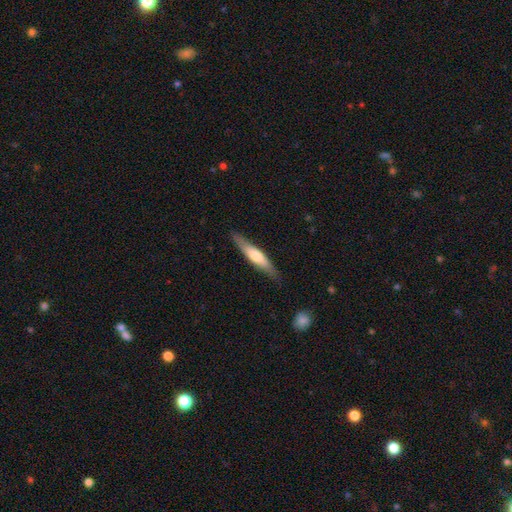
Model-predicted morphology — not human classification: Smooth or featured? Predicted: smooth (p=0.53). How rounded? Predicted: cigar-shaped (p=0.84). Merging? Predicted: none (p=0.84).